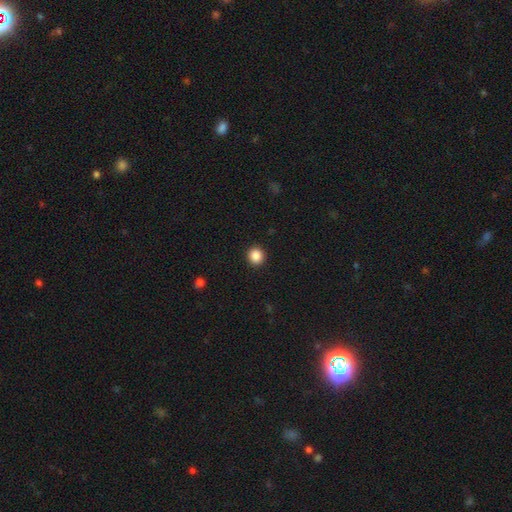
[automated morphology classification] Overall: smooth (87%). How rounded: round (91%). Merging: none (93%).